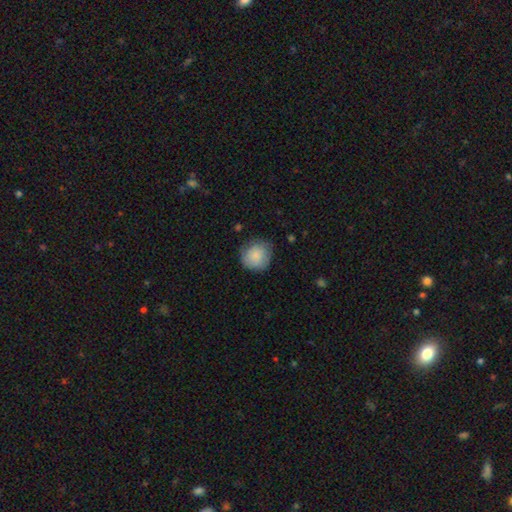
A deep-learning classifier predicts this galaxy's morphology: Smooth or featured?
  - smooth: 83% *
  - featured or disk: 10%
  - star or artifact: 7%
How rounded?
  - round: 87% *
  - in between: 12%
  - cigar-shaped: 1%
Merging?
  - none: 71% *
  - minor disturbance: 22%
  - major disturbance: 5%
  - merger: 1%